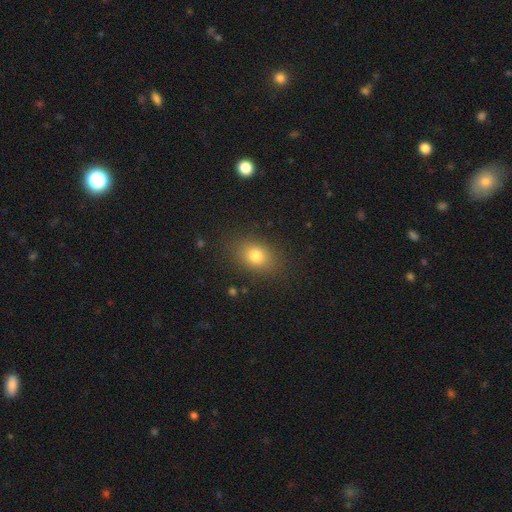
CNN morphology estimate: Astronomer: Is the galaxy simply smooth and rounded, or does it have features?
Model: smooth — 79%.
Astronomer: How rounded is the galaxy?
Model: in between — 66%.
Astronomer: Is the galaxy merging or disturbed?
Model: none — 85%.